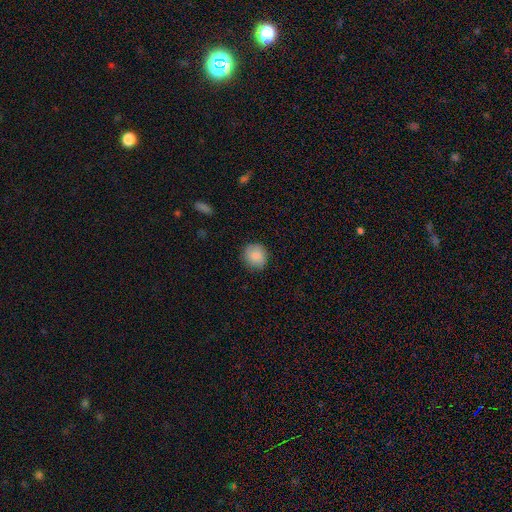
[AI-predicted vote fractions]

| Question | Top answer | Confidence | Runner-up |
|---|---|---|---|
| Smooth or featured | smooth | 83% | featured or disk (9%) |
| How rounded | round | 87% | in between (12%) |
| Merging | none | 85% | minor disturbance (11%) |